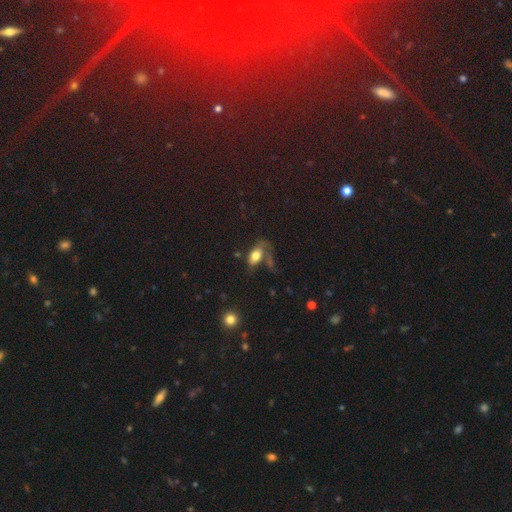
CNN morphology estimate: The model was most divided on "merging": none: 35%, major disturbance: 29%, minor disturbance: 22%, merger: 14%. More confident: how rounded — in between (86%); smooth or featured — smooth (70%).